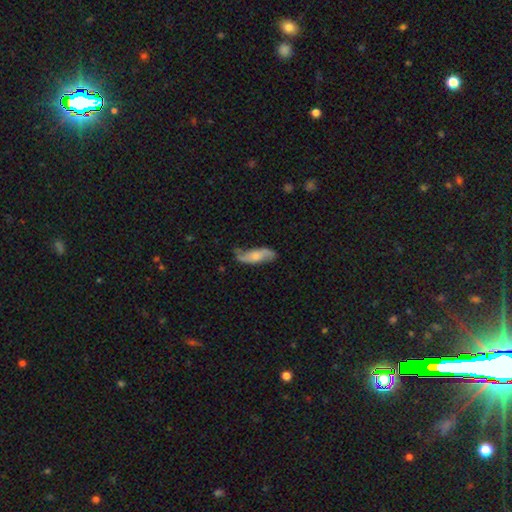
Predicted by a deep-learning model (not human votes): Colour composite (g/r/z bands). It shows a featured or disk galaxy (61%) with no bar (62%), spiral arms (91%) and a small central bulge (38%). Merging: none (66%).